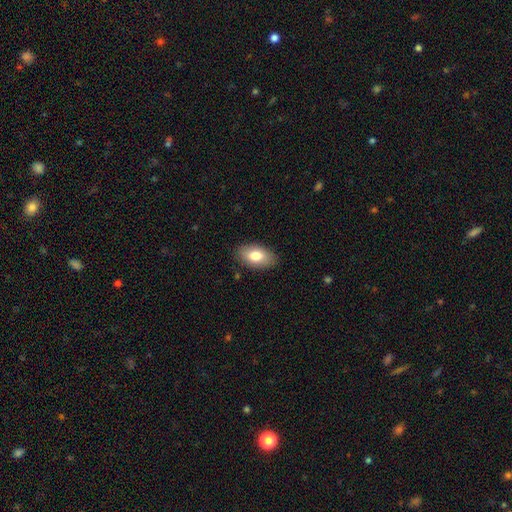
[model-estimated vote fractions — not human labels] Morphology: type=smooth (79%); roundness=in between (93%); merging=none (86%).